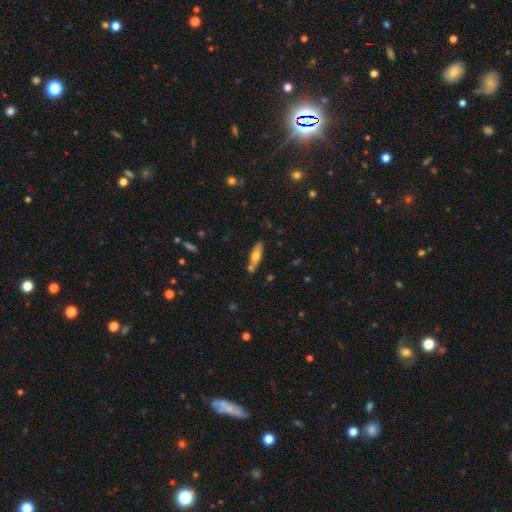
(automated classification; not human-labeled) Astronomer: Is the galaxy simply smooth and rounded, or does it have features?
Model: smooth — 58% (runner-up: featured or disk, 35%).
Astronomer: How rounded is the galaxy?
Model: cigar-shaped — 54% (runner-up: in between, 43%).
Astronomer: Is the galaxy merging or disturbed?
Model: none — 74%.